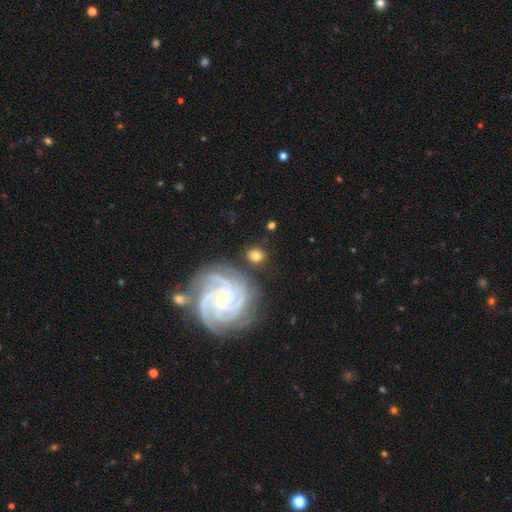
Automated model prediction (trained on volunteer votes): smooth-or-featured: smooth: 47% | featured or disk: 44% | star or artifact: 9%
  merging: none: 80% | minor disturbance: 12% | major disturbance: 5% | merger: 4%